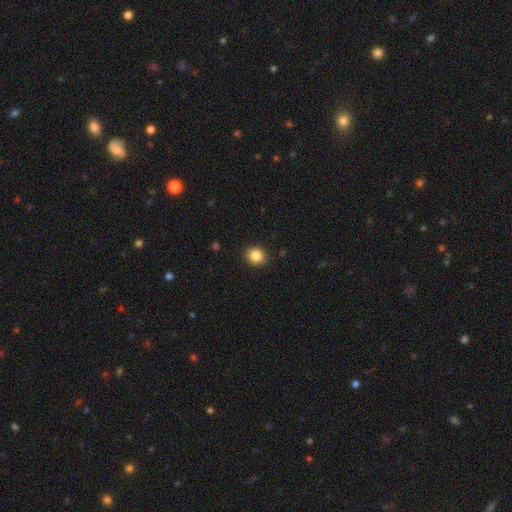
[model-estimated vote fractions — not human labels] Smooth or featured? Predicted: smooth (p=0.85). How rounded? Predicted: round (p=0.80). Merging? Predicted: none (p=0.91).